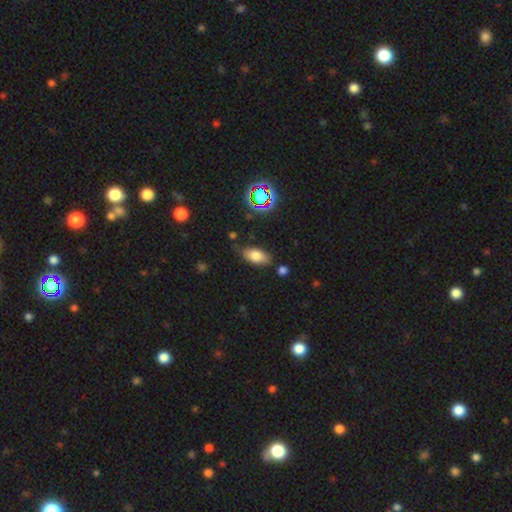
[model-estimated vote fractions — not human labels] Overall: smooth (74%). How rounded: in between (87%). Merging: none (76%).